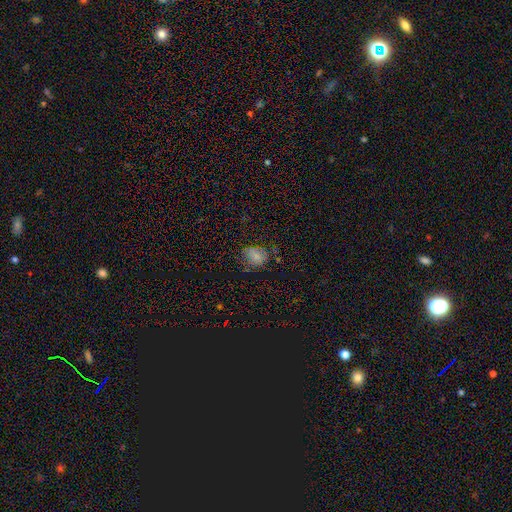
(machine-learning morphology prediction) The model was most divided on "how rounded": in between: 55%, round: 44%, cigar-shaped: 1%. More confident: smooth or featured — smooth (76%); merging — none (58%).